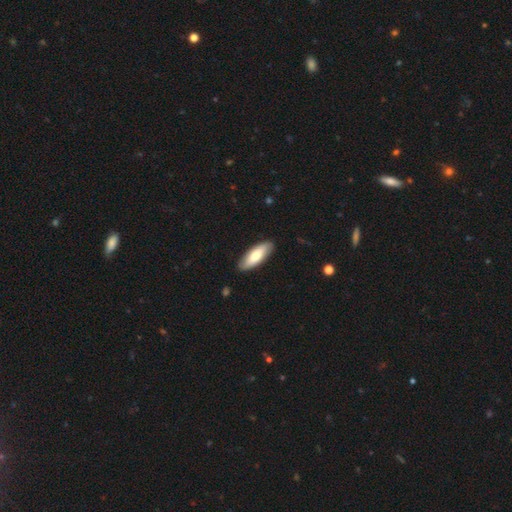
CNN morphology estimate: This appears to be a smooth galaxy with no disk features (75%) that is in between round and cigar-shaped (67%). Merging: none (88%).